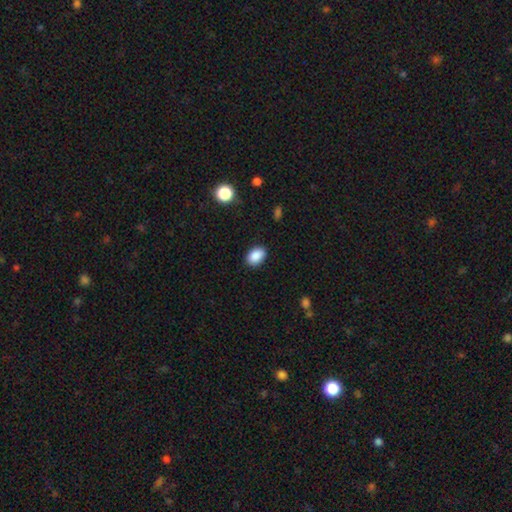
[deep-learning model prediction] Smooth or featured? smooth (89%)
How rounded? in between (85%)
Merging? none (87%)